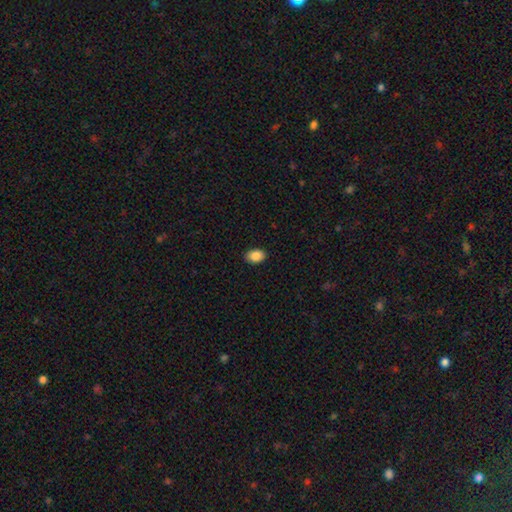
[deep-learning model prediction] The model was most divided on "how rounded": in between: 84%, round: 15%, cigar-shaped: 1%. More confident: merging — none (89%); smooth or featured — smooth (88%).